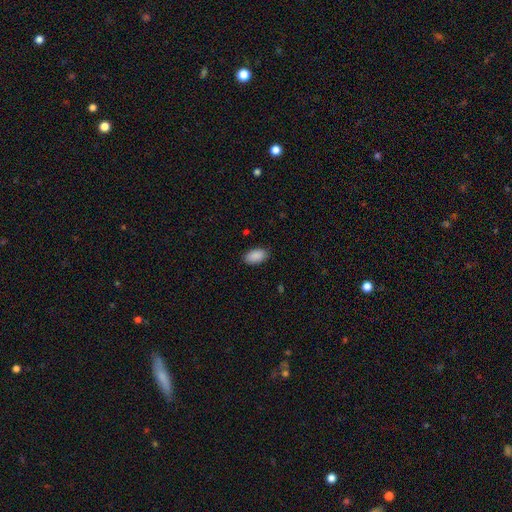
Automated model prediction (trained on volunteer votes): A smooth galaxy with no disk features (90%) that is in between round and cigar-shaped (94%). Merging: none (87%).